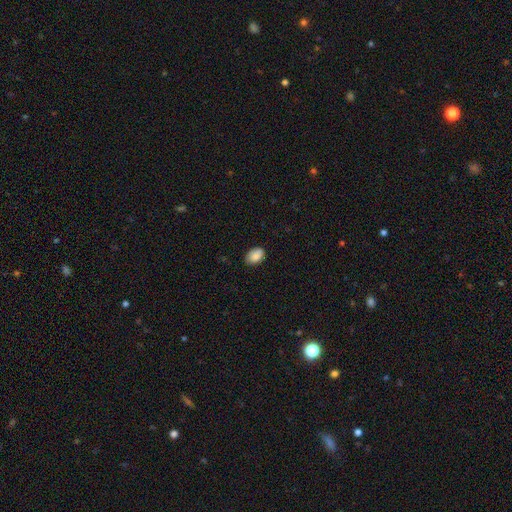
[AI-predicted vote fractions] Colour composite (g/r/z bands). It shows a smooth galaxy with no disk features (88%) that is in between round and cigar-shaped (85%). Merging: none (81%).